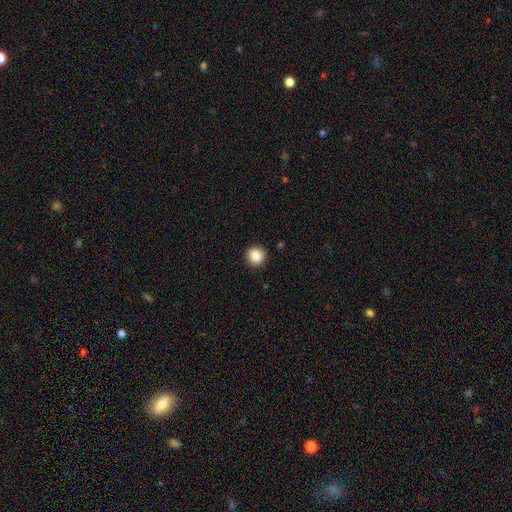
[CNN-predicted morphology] Smooth or featured? smooth (86%)
How rounded? round (93%)
Merging? none (91%)